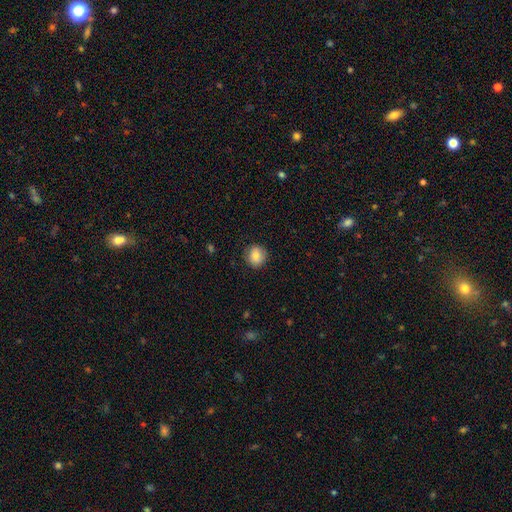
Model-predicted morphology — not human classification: smooth_or_featured: smooth (p=0.82) [alt: featured or disk p=0.09]
how_rounded: round (p=0.88) [alt: in between p=0.11]
merging: none (p=0.87) [alt: minor disturbance p=0.10]